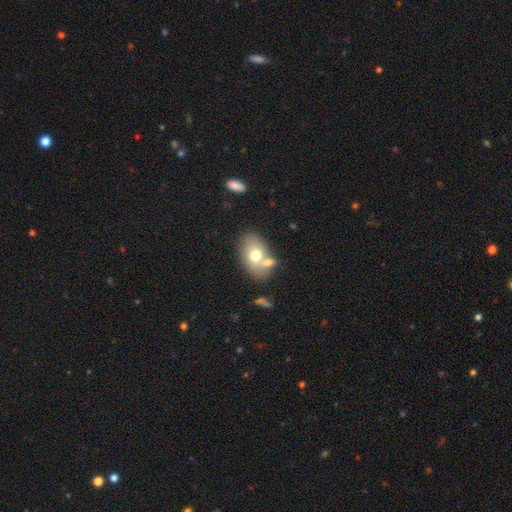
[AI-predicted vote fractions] smooth-or-featured: smooth: 67% | featured or disk: 25% | star or artifact: 8%
  how-rounded: in between: 84% | round: 14% | cigar-shaped: 1%
  merging: none: 46% | merger: 36% | minor disturbance: 14% | major disturbance: 5%